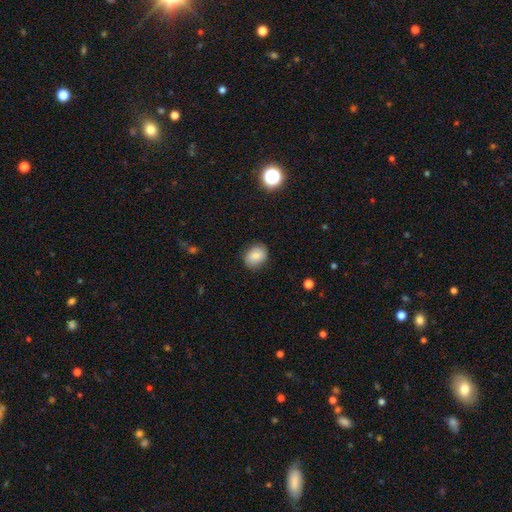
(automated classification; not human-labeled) Overall: smooth (77%). How rounded: in between (53%; round 46%). Merging: none (82%).